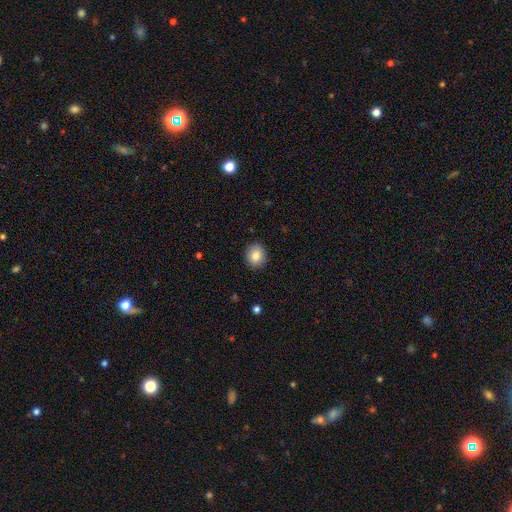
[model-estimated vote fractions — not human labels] Smooth or featured? Predicted: smooth (p=0.84). How rounded? Predicted: round (p=0.73). Merging? Predicted: none (p=0.89).